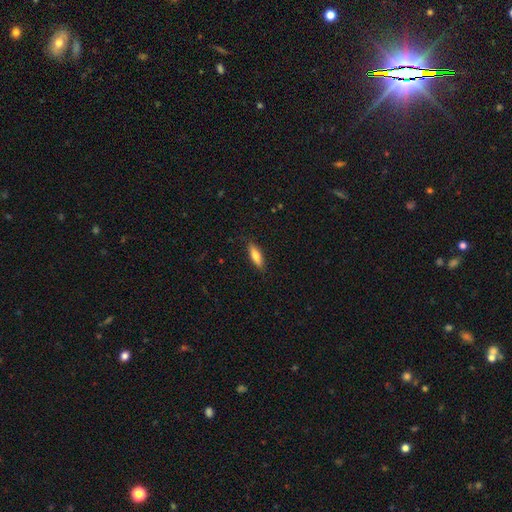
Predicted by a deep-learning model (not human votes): This appears to be a smooth galaxy with no disk features (74%) that is cigar-shaped (50%). Merging: none (86%).